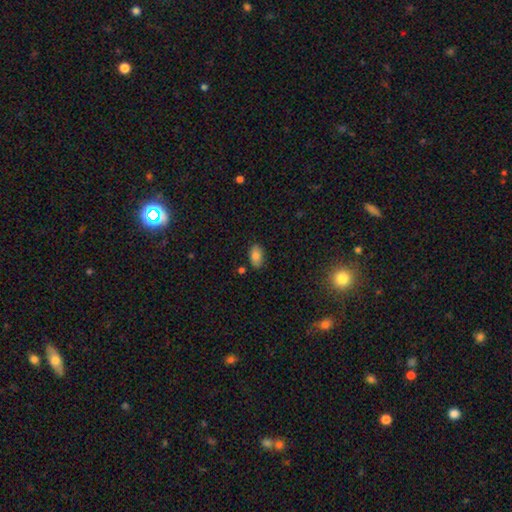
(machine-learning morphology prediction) A smooth galaxy with no disk features (82%) that is in between round and cigar-shaped (93%).

Vote fractions:
- Smooth or featured? smooth: 82% / featured or disk: 9% / star or artifact: 9%
- How rounded? in between: 93% / round: 5% / cigar-shaped: 2%
- Merging? none: 83% / minor disturbance: 12% / merger: 3% / major disturbance: 2%